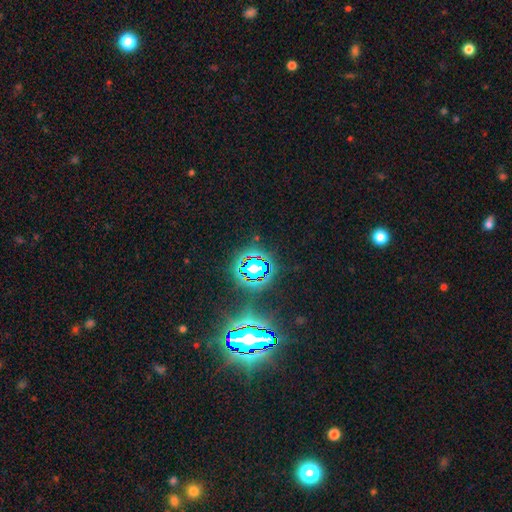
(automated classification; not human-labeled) The model was most divided on "smooth or featured": star or artifact: 83%, smooth: 10%, featured or disk: 7%.